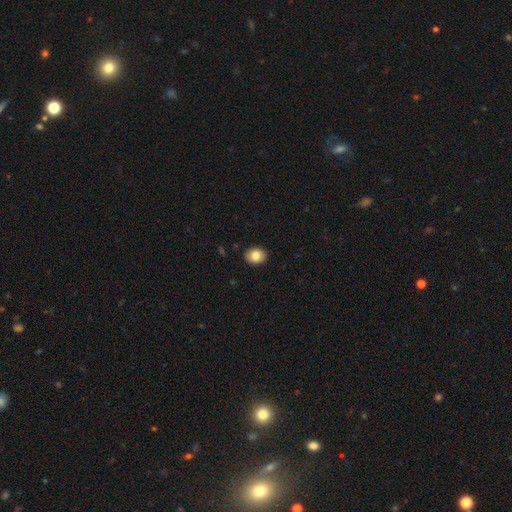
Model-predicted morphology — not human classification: type=smooth (83%); roundness=in between (54%); merging=none (91%).